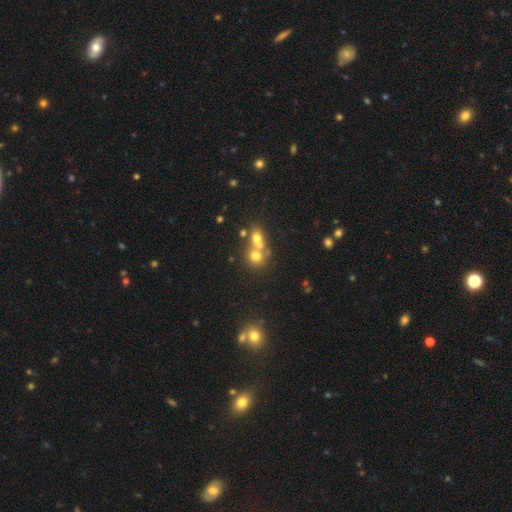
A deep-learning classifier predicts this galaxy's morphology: The model was most divided on "merging": merger: 58%, none: 32%, minor disturbance: 6%, major disturbance: 4%. More confident: how rounded — round (73%); smooth or featured — smooth (65%).